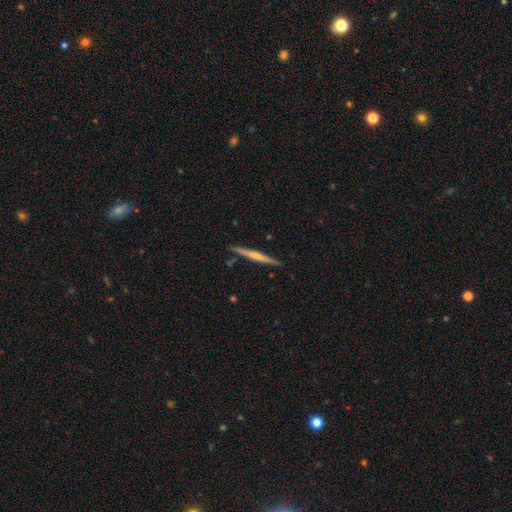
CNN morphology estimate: type=featured or disk (57%); edge-on=yes (98%); edge-on bulge=none (45%); merging=none (89%).